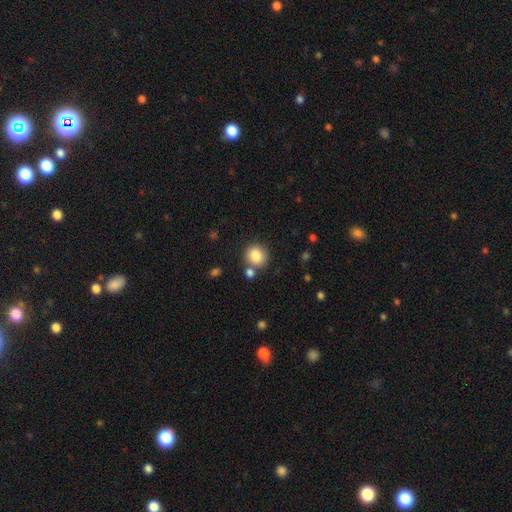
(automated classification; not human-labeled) This appears to be a smooth galaxy with no disk features (85%) that is round (84%). Merging: none (74%).